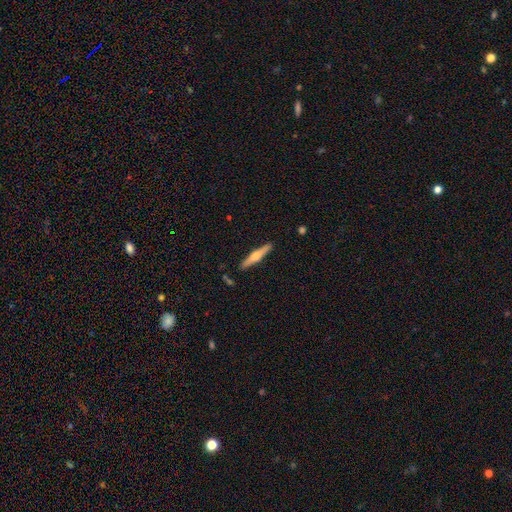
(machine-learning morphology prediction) Smooth or featured? featured or disk (59%)
Edge-on disk? yes (97%)
Edge-on bulge? rounded (91%)
Merging? none (90%)